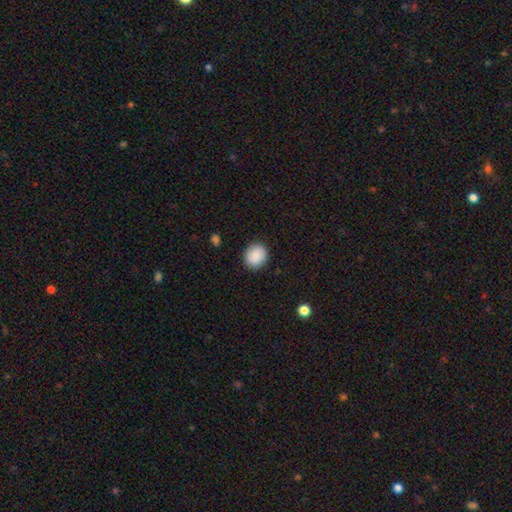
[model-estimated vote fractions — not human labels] A smooth galaxy with no disk features (88%) that is round (75%). Merging: none (89%).